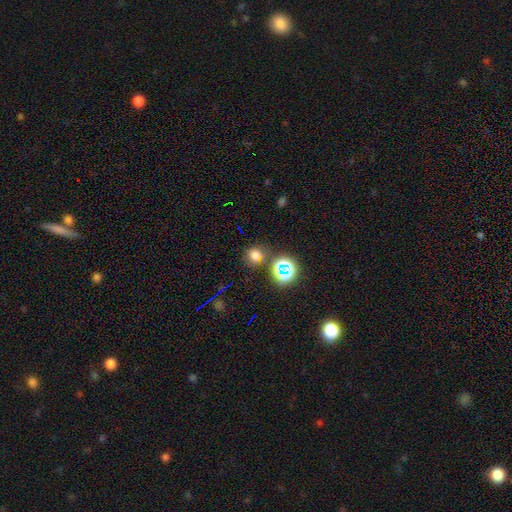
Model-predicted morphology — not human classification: A smooth galaxy with no disk features (63%) that is round (77%). Merging: none (73%).